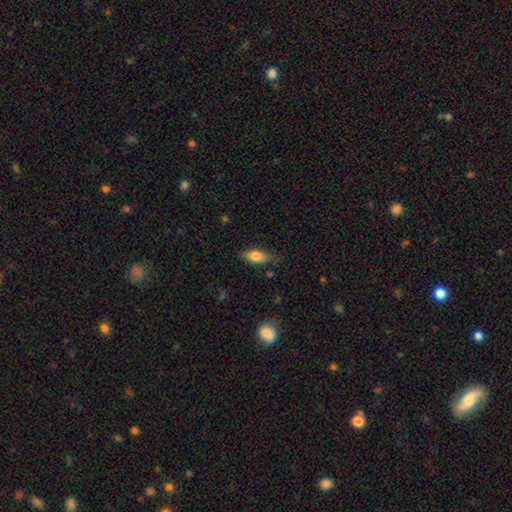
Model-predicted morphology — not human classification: The model was most divided on "smooth or featured": smooth: 72%, featured or disk: 20%, star or artifact: 7%. More confident: how rounded — in between (80%); merging — none (74%).